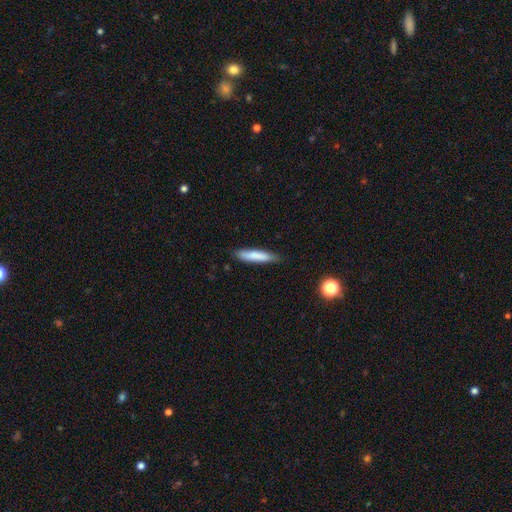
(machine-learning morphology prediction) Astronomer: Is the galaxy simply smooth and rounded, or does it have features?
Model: smooth — 81%.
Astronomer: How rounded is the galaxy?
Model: cigar-shaped — 86%.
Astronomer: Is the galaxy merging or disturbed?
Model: none — 83%.